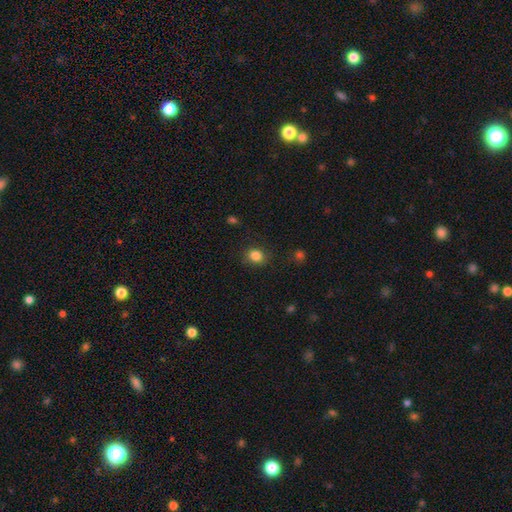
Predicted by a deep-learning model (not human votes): smooth-or-featured: smooth: 84% | star or artifact: 11% | featured or disk: 5%
  how-rounded: round: 65% | in between: 34% | cigar-shaped: 1%
  merging: none: 83% | minor disturbance: 11% | major disturbance: 4% | merger: 1%